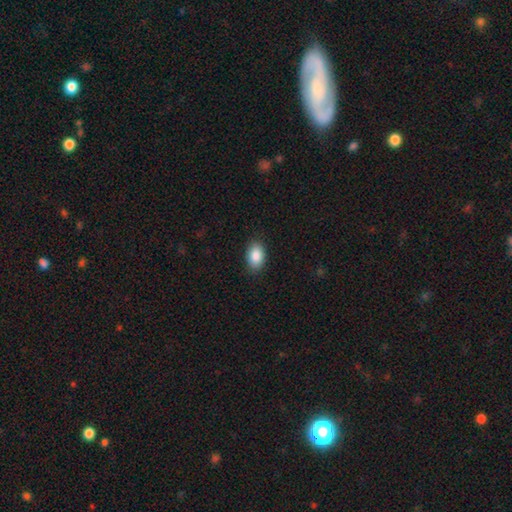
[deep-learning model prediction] This appears to be a smooth galaxy with no disk features (88%) that is in between round and cigar-shaped (89%). Merging: none (88%).